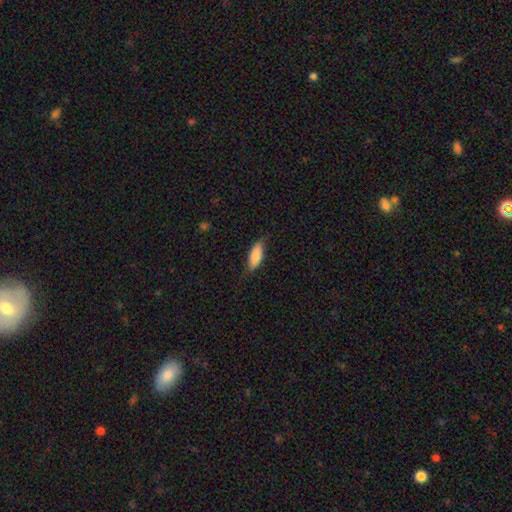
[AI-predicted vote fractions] Overall: smooth (80%). How rounded: in between (73%). Merging: none (71%).